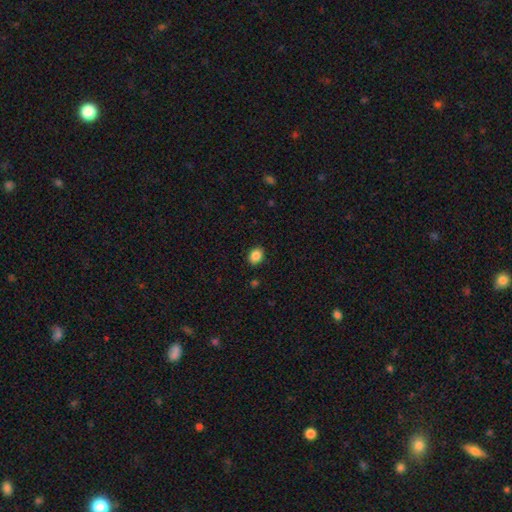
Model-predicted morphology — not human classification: A smooth galaxy with no disk features (86%) that is in between round and cigar-shaped (58%). Merging: none (90%).